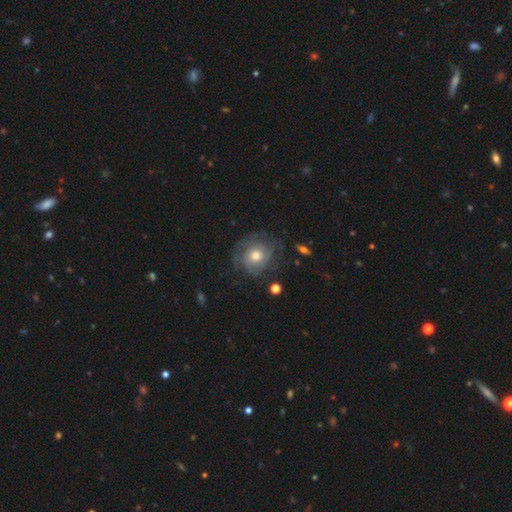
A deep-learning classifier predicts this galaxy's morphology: featured or disk 67%, smooth 25%, star or artifact 8%. Down the decision tree: edge-on disk — no (97%); bar — no (81%); spiral arms — yes (84%); spiral arm count — can't tell (45%); spiral winding — tight (63%); bulge size — moderate (66%); merging — none (68%).